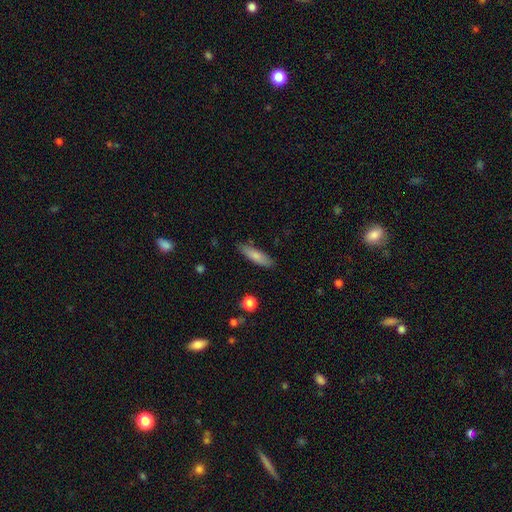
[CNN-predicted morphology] type=smooth (79%); roundness=cigar-shaped (64%); merging=none (82%).